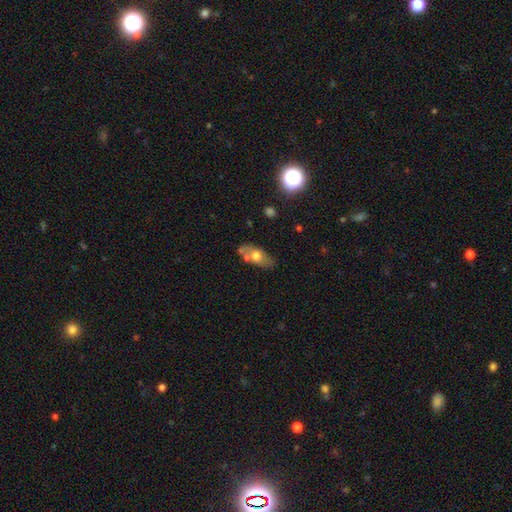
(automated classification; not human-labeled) Morphology: type=smooth (57%); roundness=in between (85%); merging=none (58%).